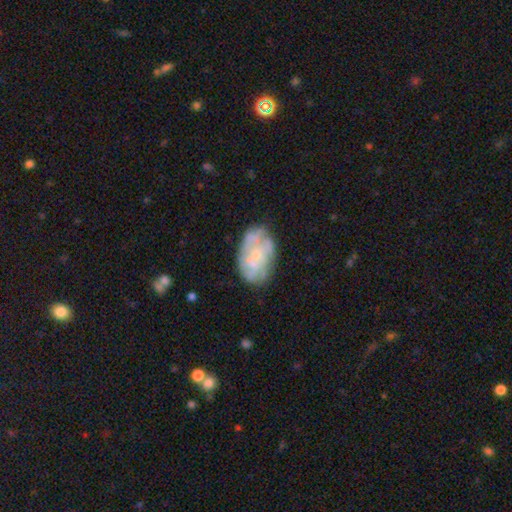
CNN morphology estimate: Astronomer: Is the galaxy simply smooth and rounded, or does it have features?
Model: featured or disk — 65%.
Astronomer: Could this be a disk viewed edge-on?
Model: no — 97%.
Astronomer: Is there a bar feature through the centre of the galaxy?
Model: no — 84%.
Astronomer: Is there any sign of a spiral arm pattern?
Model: yes — 53% (runner-up: no, 47%).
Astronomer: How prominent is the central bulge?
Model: small — 68%.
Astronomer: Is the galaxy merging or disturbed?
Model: none — 64%.